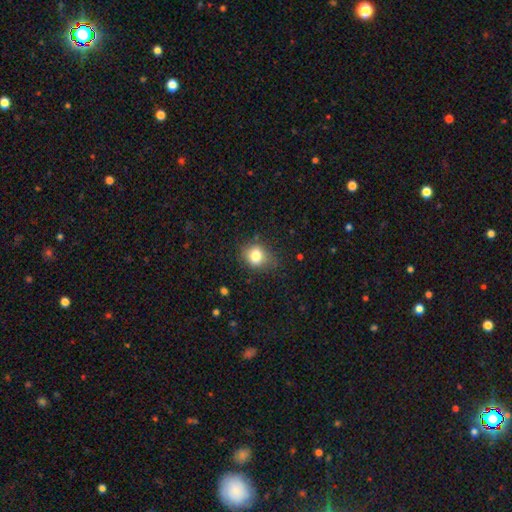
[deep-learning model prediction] Q: Smooth or featured?
A: smooth (80%); runner-up: star or artifact (11%)
Q: How rounded?
A: round (57%); runner-up: in between (42%)
Q: Merging?
A: none (71%); runner-up: minor disturbance (21%)